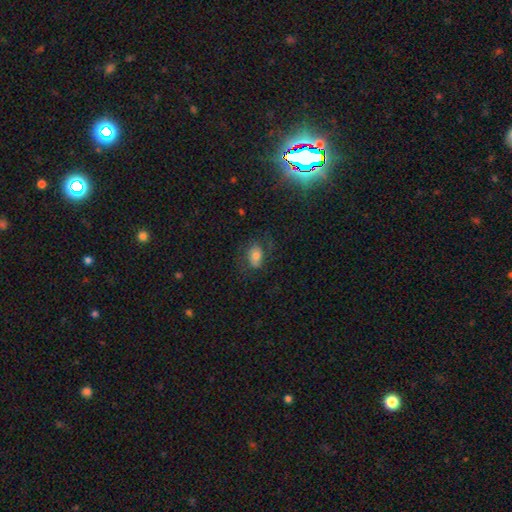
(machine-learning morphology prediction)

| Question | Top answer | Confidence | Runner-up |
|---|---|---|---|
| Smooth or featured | smooth | 65% | featured or disk (24%) |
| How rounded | in between | 84% | round (15%) |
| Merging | none | 64% | minor disturbance (19%) |